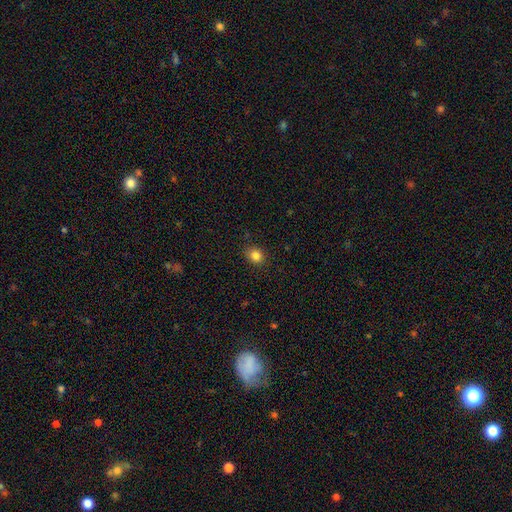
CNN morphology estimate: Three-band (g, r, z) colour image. It shows a smooth galaxy with no disk features (84%) that is round (62%). Merging: none (86%).